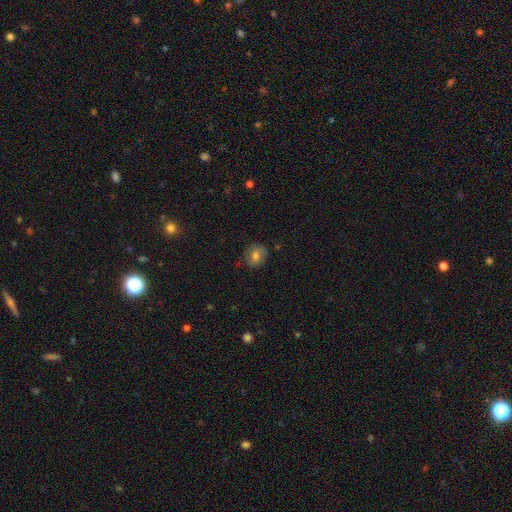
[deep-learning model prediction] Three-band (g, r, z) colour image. It shows a smooth galaxy with no disk features (72%) that is round (68%). Merging: none (82%).